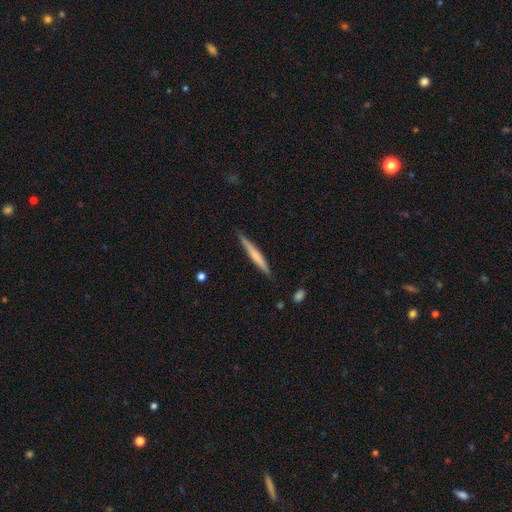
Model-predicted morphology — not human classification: A smooth galaxy with no disk features (59%) that is cigar-shaped (96%). Merging: none (85%).